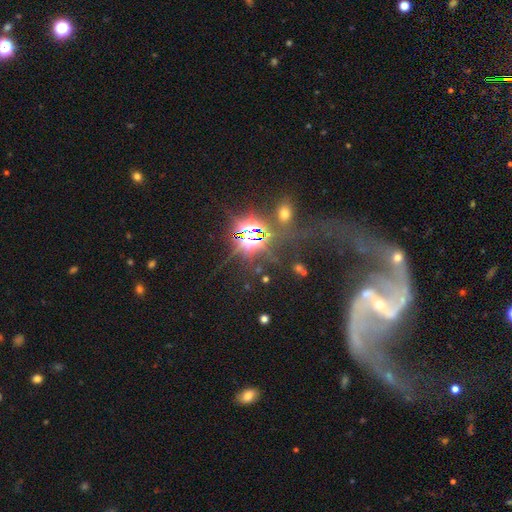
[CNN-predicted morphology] smooth_or_featured: featured or disk (p=0.77) [alt: star or artifact p=0.14]
disk_edge_on: no (p=0.96) [alt: yes p=0.04]
bar: weak (p=0.40) [alt: no p=0.30]
has_spiral_arms: yes (p=0.92) [alt: no p=0.08]
spiral_winding: loose (p=0.76) [alt: medium p=0.17]
spiral_arm_count: 2 (p=0.92) [alt: 1 p=0.02]
bulge_size: small (p=0.75) [alt: moderate p=0.13]
merging: none (p=0.51) [alt: major disturbance p=0.18]